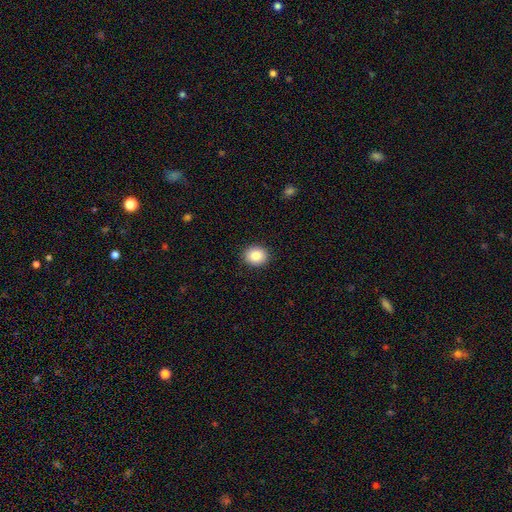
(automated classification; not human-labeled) Overall: smooth (85%). How rounded: round (70%). Merging: none (91%).